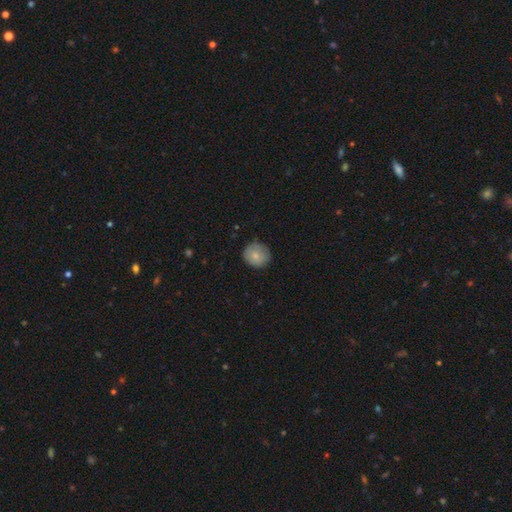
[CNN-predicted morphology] type=smooth (79%); roundness=round (90%); merging=none (81%).